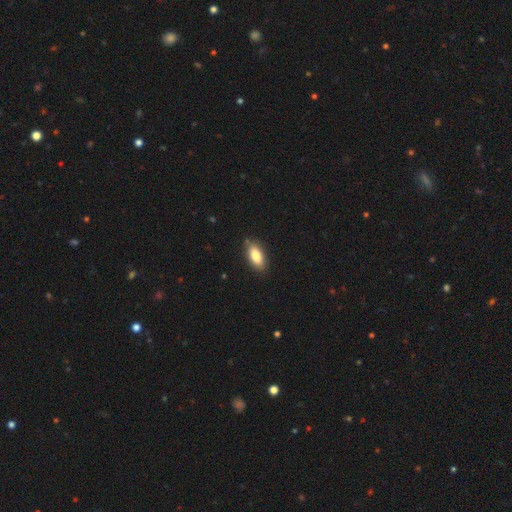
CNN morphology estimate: type=smooth (83%); roundness=in between (87%); merging=none (85%).